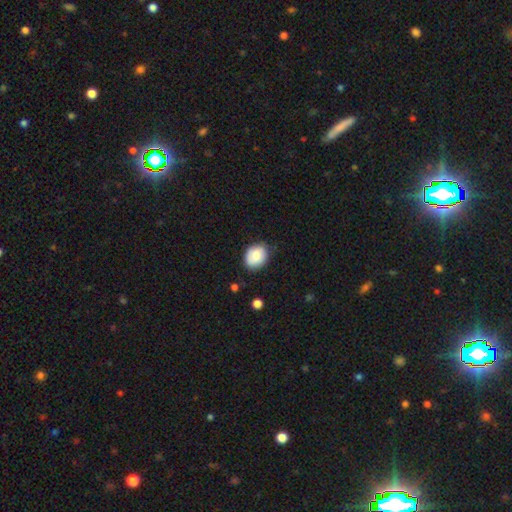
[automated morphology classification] This appears to be a smooth galaxy with no disk features (75%) that is in between round and cigar-shaped (56%). Merging: none (77%).